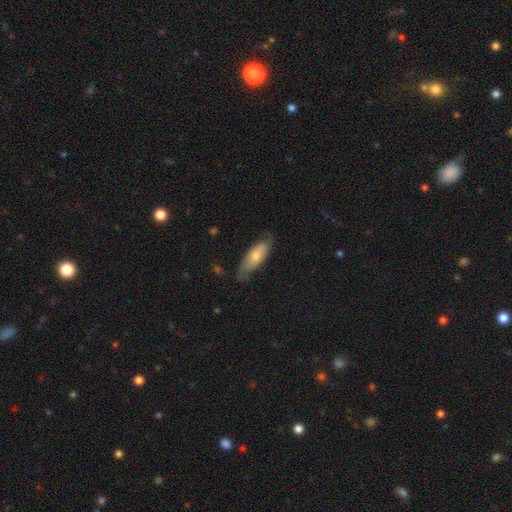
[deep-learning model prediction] This appears to be a smooth galaxy with no disk features (68%) that is in between round and cigar-shaped (66%). Merging: none (67%).